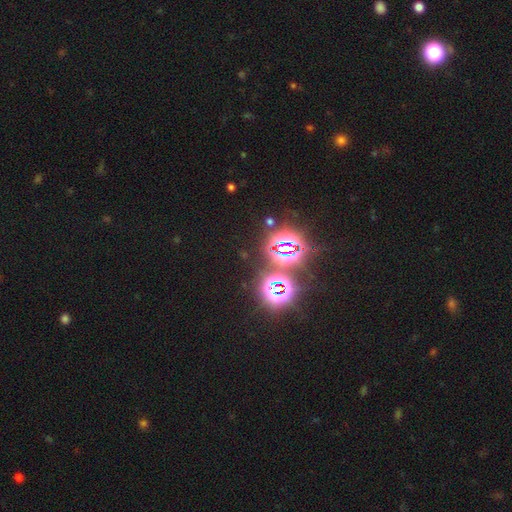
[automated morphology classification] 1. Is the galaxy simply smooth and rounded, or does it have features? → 79% star or artifact, 14% smooth, 6% featured or disk.